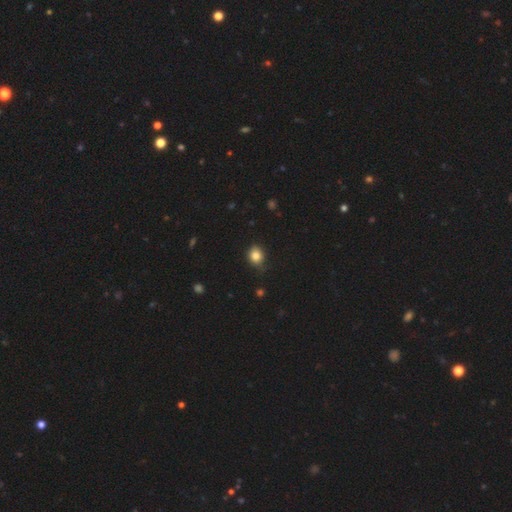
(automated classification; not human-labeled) smooth_or_featured: smooth (p=0.82) [alt: star or artifact p=0.11]
how_rounded: round (p=0.60) [alt: in between p=0.39]
merging: none (p=0.72) [alt: minor disturbance p=0.23]